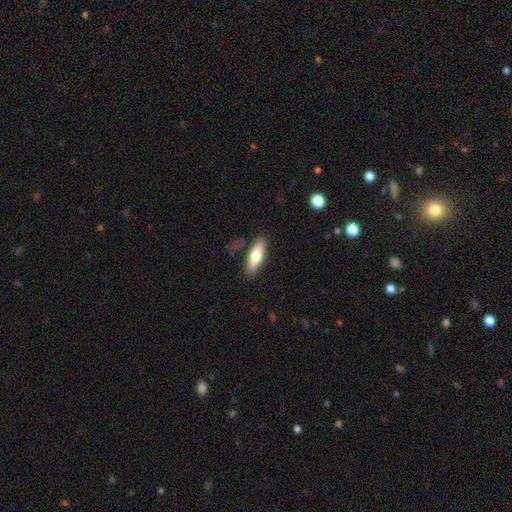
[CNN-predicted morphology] Smooth or featured? smooth (70%)
How rounded? cigar-shaped (55%)
Merging? none (84%)